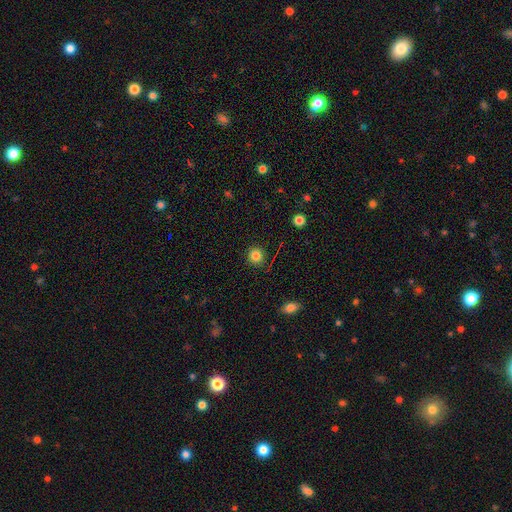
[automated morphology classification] Smooth or featured?
  - smooth: 83% *
  - star or artifact: 12%
  - featured or disk: 5%
How rounded?
  - round: 91% *
  - in between: 8%
  - cigar-shaped: 1%
Merging?
  - none: 88% *
  - minor disturbance: 8%
  - major disturbance: 2%
  - merger: 1%